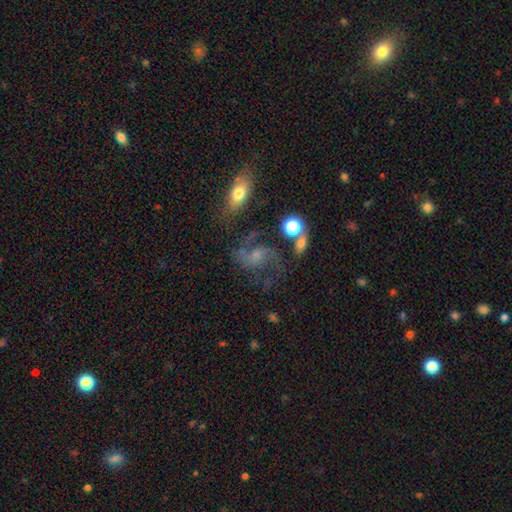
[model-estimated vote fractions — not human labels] A featured or disk galaxy (75%) with no bar (53%), 2 (82%) medium (50%) spiral arms (93%) and a small central bulge (52%).

Vote fractions:
- Smooth or featured? featured or disk: 75% / smooth: 13% / star or artifact: 12%
- Edge-on disk? no: 97% / yes: 3%
- Bar? no: 53% / weak: 38% / strong: 9%
- Spiral arms? yes: 93% / no: 7%
- Spiral winding? medium: 50% / loose: 36% / tight: 14%
- Spiral arm count? 2: 82% / can't tell: 6% / 3: 5% / 1: 3% / 4: 2% / more than 4: 2%
- Bulge size? small: 52% / moderate: 32% / none: 10% / large: 4% / dominant: 2%
- Merging? none: 57% / minor disturbance: 19% / major disturbance: 16% / merger: 8%